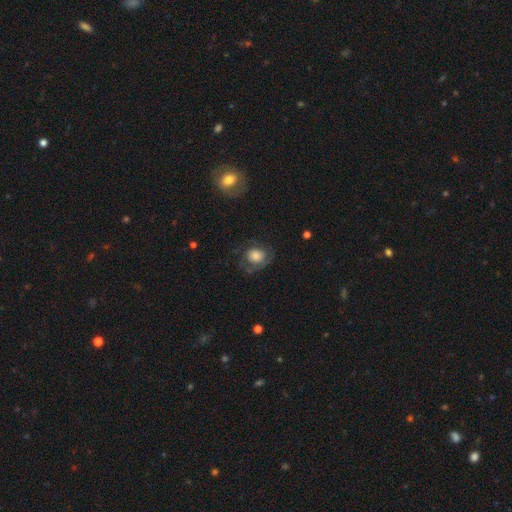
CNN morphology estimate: This appears to be a featured or disk galaxy (48%). Merging: none (58%).